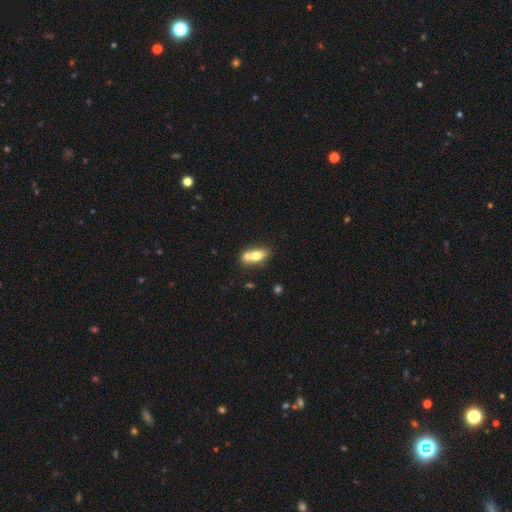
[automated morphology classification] Smooth or featured?
  - smooth: 70% *
  - featured or disk: 22%
  - star or artifact: 8%
How rounded?
  - in between: 79% *
  - round: 12%
  - cigar-shaped: 9%
Merging?
  - merger: 50% *
  - none: 34%
  - minor disturbance: 11%
  - major disturbance: 4%